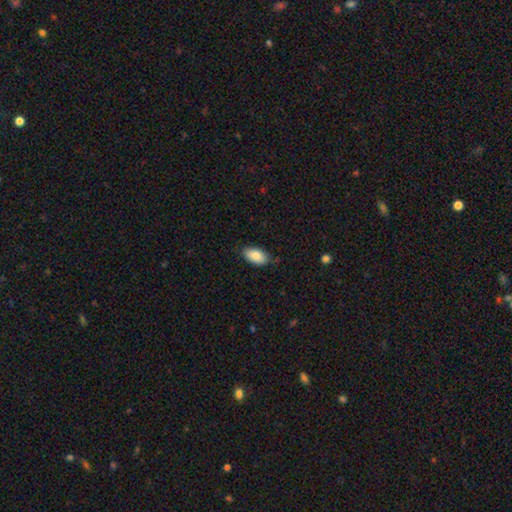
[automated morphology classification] Smooth or featured: smooth — 85% (featured or disk — 8%)
How rounded: in between — 94% (round — 3%)
Merging: none — 82% (minor disturbance — 15%)